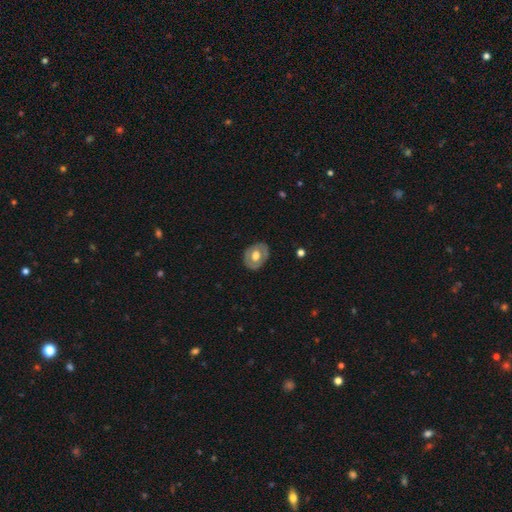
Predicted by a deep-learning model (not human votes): The model was most divided on "smooth or featured": smooth: 50%, featured or disk: 44%, star or artifact: 6%. More confident: merging — none (81%).